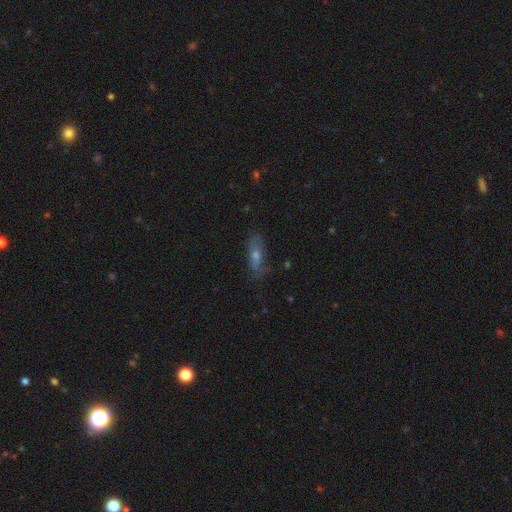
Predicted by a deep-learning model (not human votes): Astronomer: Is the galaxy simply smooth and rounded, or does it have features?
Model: smooth — 45% (runner-up: featured or disk, 40%).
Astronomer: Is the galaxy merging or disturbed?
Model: none — 73%.